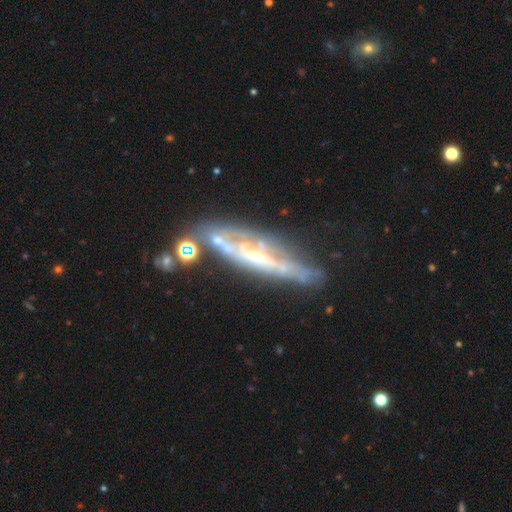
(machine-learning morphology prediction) A featured or disk galaxy (75%) viewed edge-on (61%). Merging: none (52%).